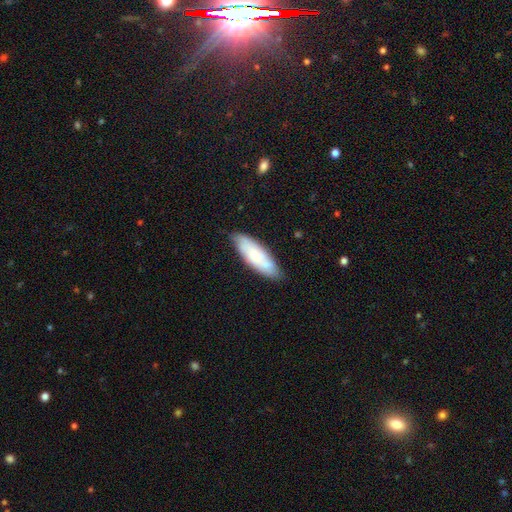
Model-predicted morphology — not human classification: Smooth or featured? smooth (64%)
How rounded? in between (59%)
Merging? none (77%)